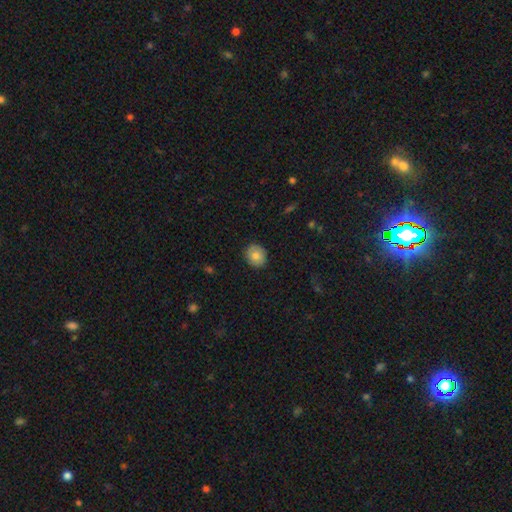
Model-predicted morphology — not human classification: This is likely a smooth galaxy (80%). How rounded: likely round (76%). Merging: clearly none (89%).